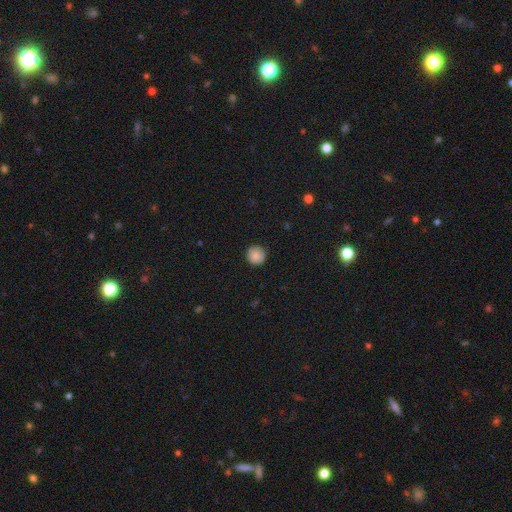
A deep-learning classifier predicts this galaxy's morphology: This is clearly a smooth galaxy (85%). How rounded: clearly round (95%). Merging: clearly none (90%).